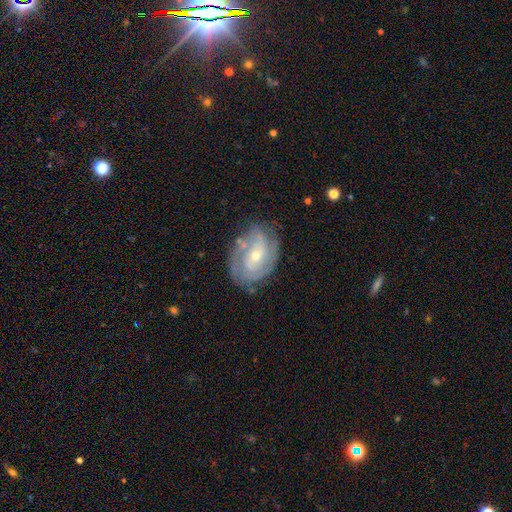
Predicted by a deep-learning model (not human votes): This appears to be a featured or disk galaxy (80%) with no bar (59%), 2 (37%) tight (60%) spiral arms (89%) and a small central bulge (63%). Merging: none (71%).